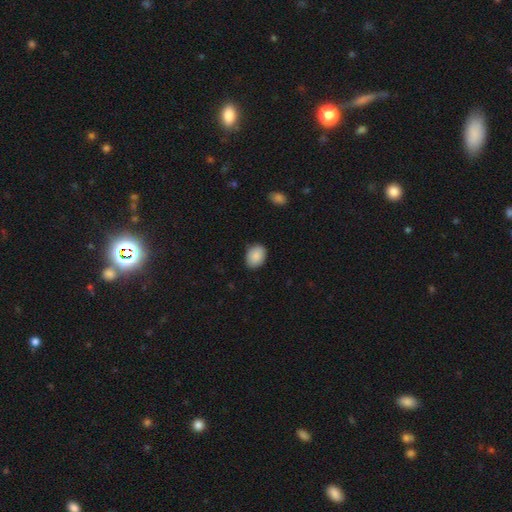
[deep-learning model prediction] smooth_or_featured: smooth (p=0.89) [alt: star or artifact p=0.07]
how_rounded: in between (p=0.69) [alt: round p=0.30]
merging: none (p=0.85) [alt: minor disturbance p=0.12]